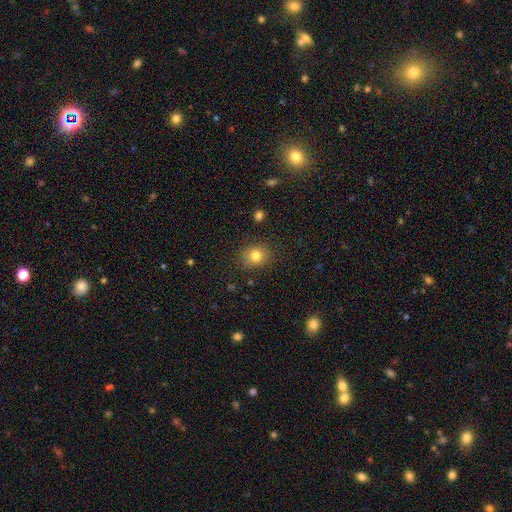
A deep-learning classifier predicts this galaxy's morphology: This is clearly a smooth galaxy (81%). How rounded: likely round (73%). Merging: clearly none (84%).